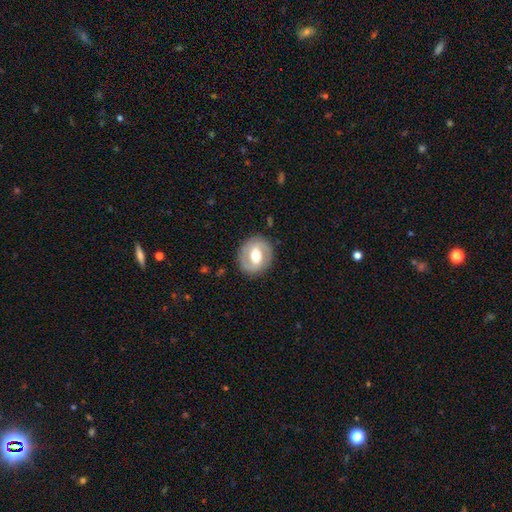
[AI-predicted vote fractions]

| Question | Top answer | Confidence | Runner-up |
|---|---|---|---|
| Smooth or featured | featured or disk | 68% | smooth (27%) |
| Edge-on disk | no | 96% | yes (4%) |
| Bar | weak | 42% | strong (37%) |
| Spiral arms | yes | 70% | no (30%) |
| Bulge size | moderate | 69% | large (18%) |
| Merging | none | 86% | minor disturbance (10%) |